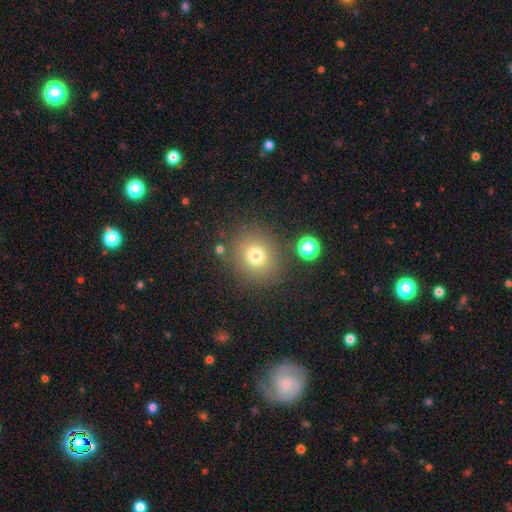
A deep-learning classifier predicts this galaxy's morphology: smooth 75%, star or artifact 15%, featured or disk 11%. Down the decision tree: how rounded — round (82%); merging — none (80%).